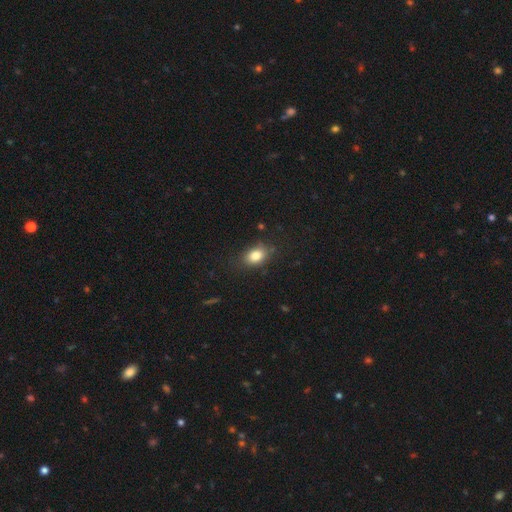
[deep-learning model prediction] The model was most divided on "how rounded": in between: 77%, round: 21%, cigar-shaped: 2%. More confident: smooth or featured — smooth (83%); merging — none (76%).